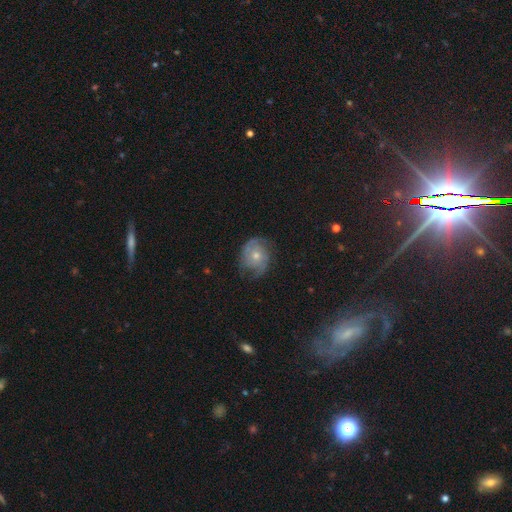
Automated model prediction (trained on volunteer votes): Smooth or featured: featured or disk — 65% (smooth — 28%)
Edge-on disk: no — 97% (yes — 3%)
Bar: no — 80% (weak — 17%)
Spiral arms: yes — 86% (no — 14%)
Spiral winding: medium — 40% (tied with tight — 40%)
Spiral arm count: 2 — 59% (can't tell — 21%)
Bulge size: moderate — 52% (small — 43%)
Merging: none — 64% (minor disturbance — 24%)